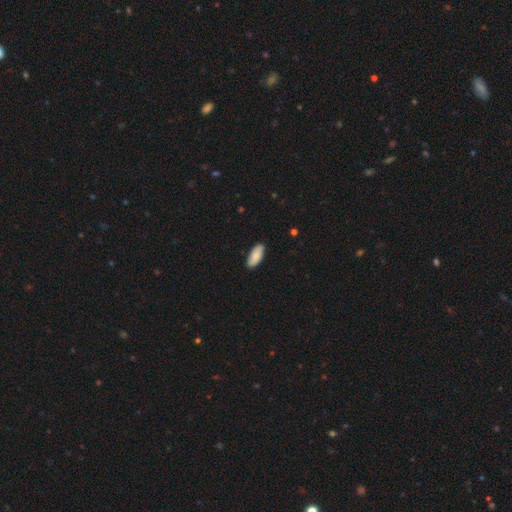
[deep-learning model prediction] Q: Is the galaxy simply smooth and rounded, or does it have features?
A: smooth — 84%.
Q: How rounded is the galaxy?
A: in between — 88%.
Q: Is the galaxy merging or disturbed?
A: none — 87%.